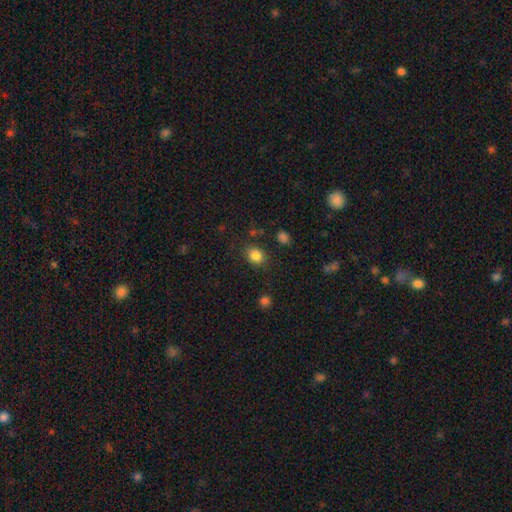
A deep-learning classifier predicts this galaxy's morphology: The model was most divided on "how rounded": round: 53%, in between: 46%, cigar-shaped: 1%. More confident: smooth or featured — smooth (84%); merging — none (81%).